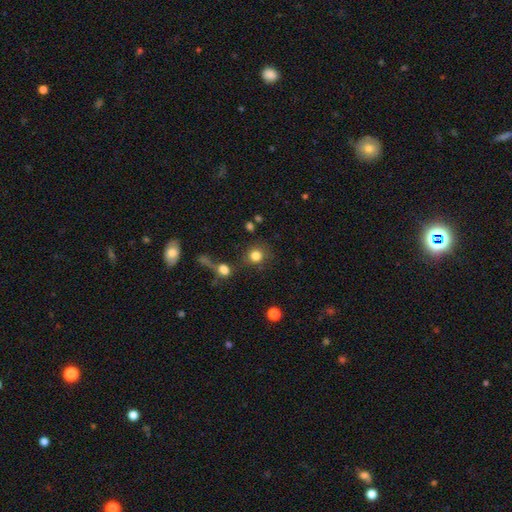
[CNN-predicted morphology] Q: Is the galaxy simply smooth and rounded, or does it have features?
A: smooth — 82%.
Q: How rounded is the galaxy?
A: round — 87%.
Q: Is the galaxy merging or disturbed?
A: none — 70%.